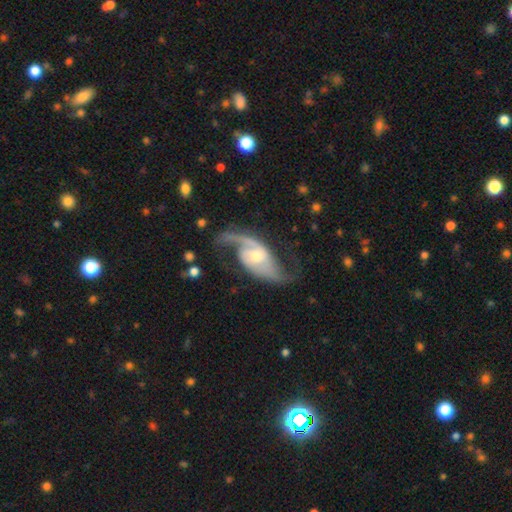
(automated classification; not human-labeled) Smooth or featured? featured or disk (90%)
Edge-on disk? no (96%)
Bar? no (50%)
Spiral arms? yes (97%)
Spiral winding? loose (55%)
Spiral arm count? 2 (90%)
Bulge size? moderate (55%)
Merging? none (69%)